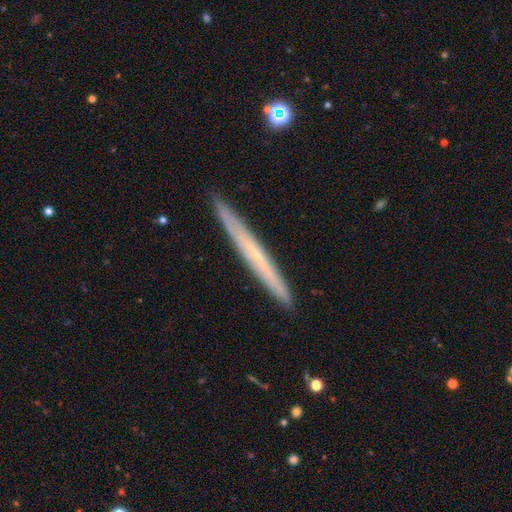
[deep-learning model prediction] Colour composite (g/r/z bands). It shows a featured or disk galaxy (55%) viewed edge-on (96%) with no central bulge (77%). Merging: none (91%).